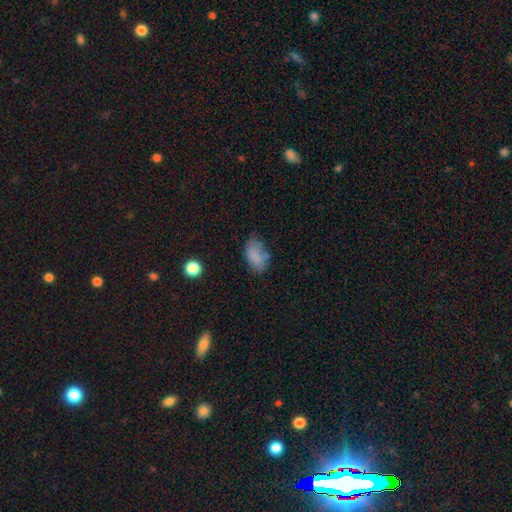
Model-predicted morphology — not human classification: type=smooth (79%); roundness=in between (91%); merging=none (58%).